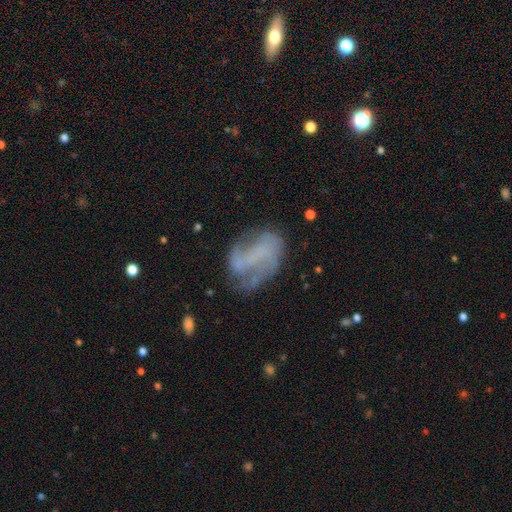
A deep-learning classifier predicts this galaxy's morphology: Smooth or featured? featured or disk (64%)
Edge-on disk? no (97%)
Bar? no (48%)
Spiral arms? yes (74%)
Bulge size? none (74%)
Merging? none (56%)